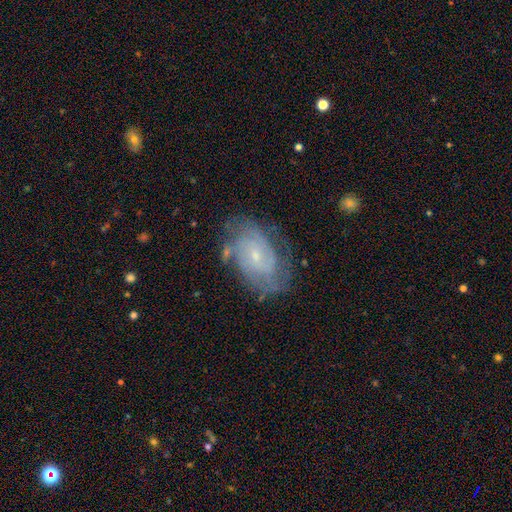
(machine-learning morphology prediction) Smooth or featured? featured or disk (78%)
Edge-on disk? no (96%)
Bar? no (65%)
Spiral arms? yes (92%)
Spiral winding? tight (61%)
Spiral arm count? can't tell (39%)
Bulge size? small (78%)
Merging? none (71%)